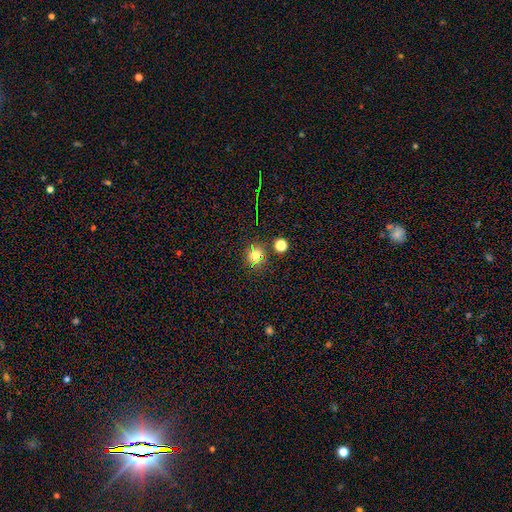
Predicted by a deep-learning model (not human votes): The model was most divided on "smooth or featured": smooth: 66%, star or artifact: 26%, featured or disk: 8%. More confident: how rounded — round (85%); merging — none (82%).